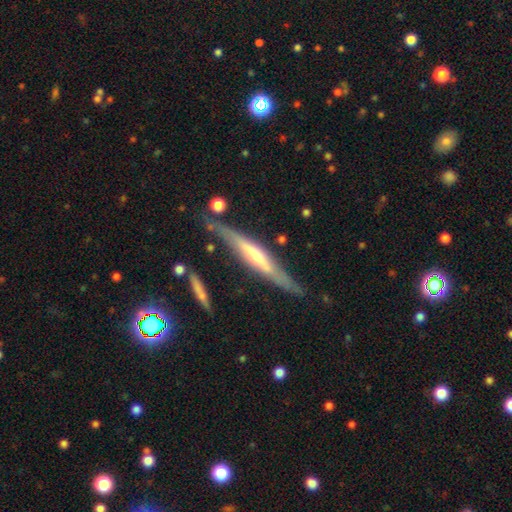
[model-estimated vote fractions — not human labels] Smooth or featured: featured or disk — 66% (smooth — 28%)
Edge-on disk: yes — 92% (no — 8%)
Edge-on bulge: rounded — 50% (none — 30%)
Merging: none — 77% (minor disturbance — 16%)